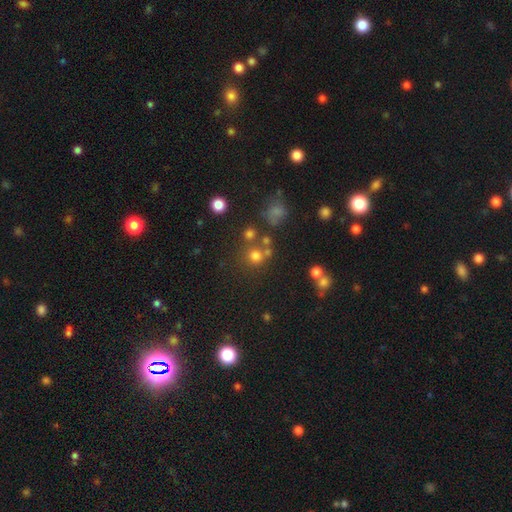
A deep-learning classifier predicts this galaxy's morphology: A smooth galaxy with no disk features (72%) that is round (89%). Merging: none (67%).